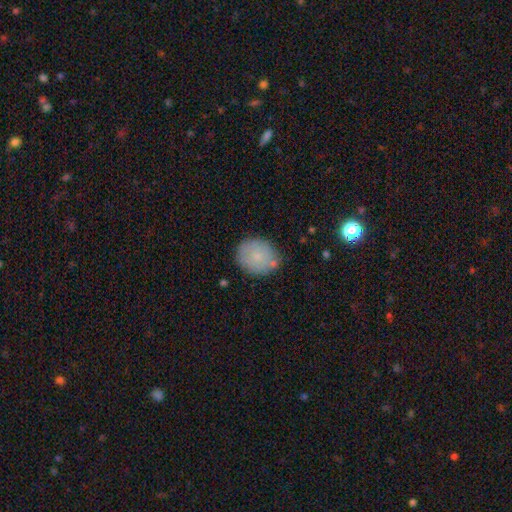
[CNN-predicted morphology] Q: Smooth or featured?
A: smooth (77%); runner-up: featured or disk (15%)
Q: How rounded?
A: round (65%); runner-up: in between (34%)
Q: Merging?
A: none (76%); runner-up: minor disturbance (17%)